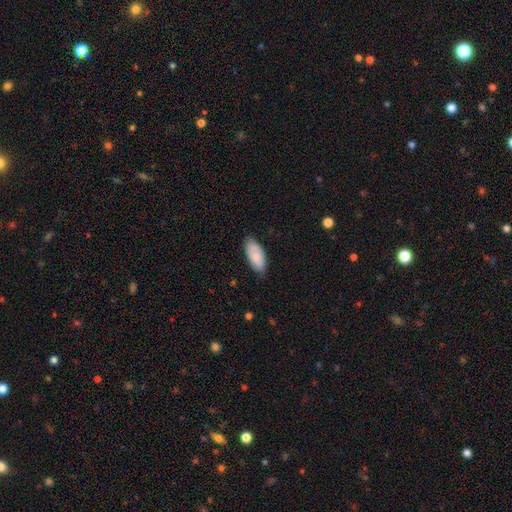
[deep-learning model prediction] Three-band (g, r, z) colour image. It shows a smooth galaxy with no disk features (84%) that is in between round and cigar-shaped (91%). Merging: none (73%).